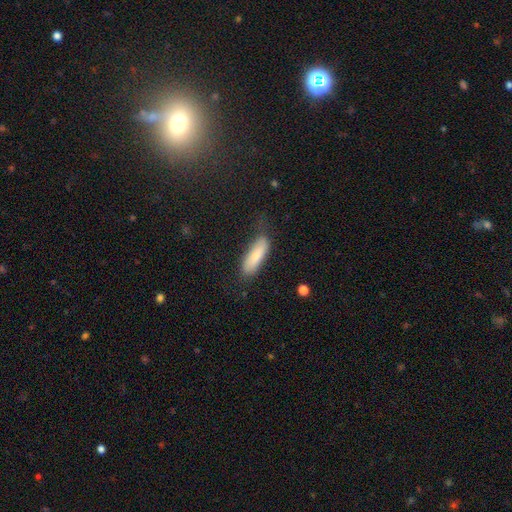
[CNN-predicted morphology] A smooth galaxy with no disk features (77%) that is in between round and cigar-shaped (56%). Merging: none (66%).